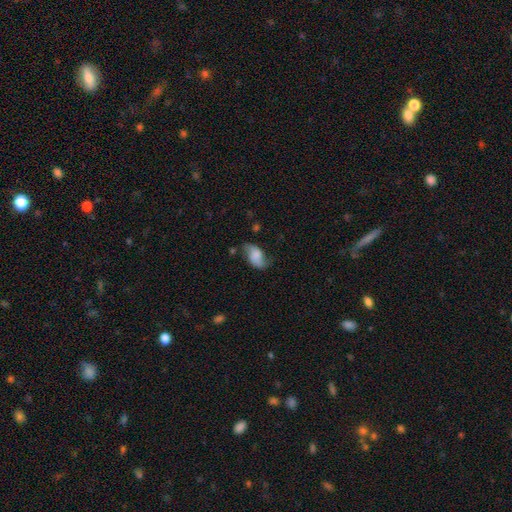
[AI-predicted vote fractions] featured or disk 48%, smooth 43%, star or artifact 9%. Down the decision tree: merging — none (56%).